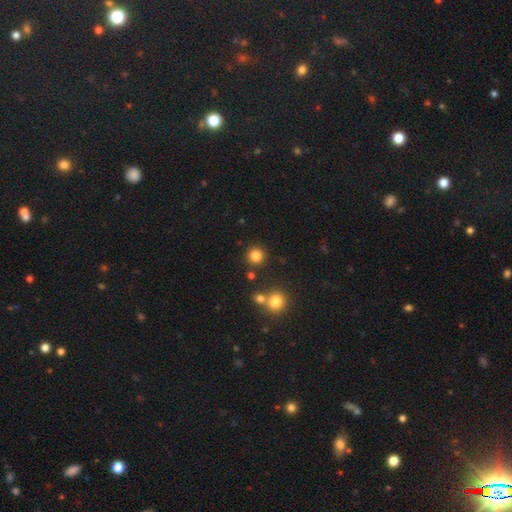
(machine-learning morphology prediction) Smooth or featured: smooth — 83% (star or artifact — 13%)
How rounded: round — 94% (in between — 5%)
Merging: none — 87% (minor disturbance — 6%)